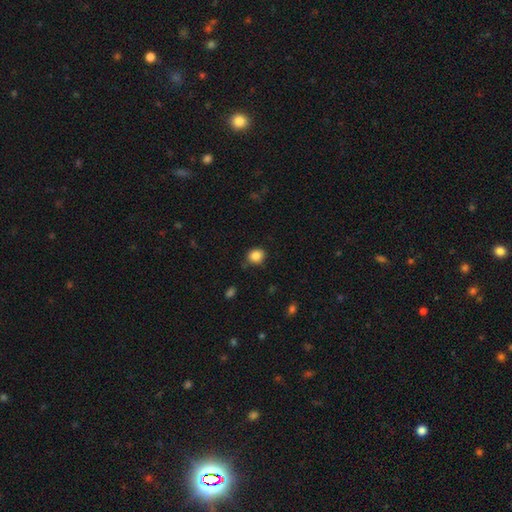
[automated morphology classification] This appears to be a smooth galaxy with no disk features (86%) that is round (74%). Merging: none (81%).